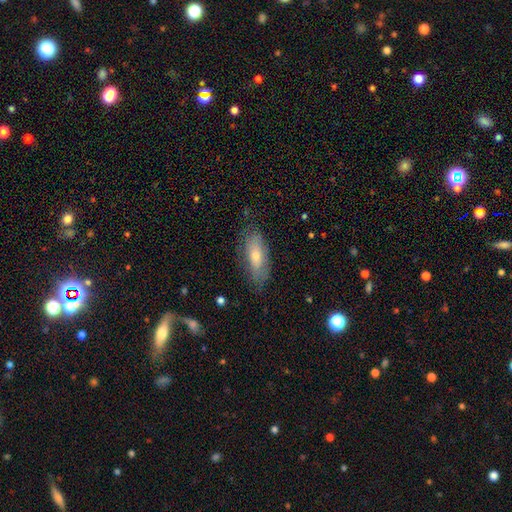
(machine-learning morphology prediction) A smooth galaxy with no disk features (54%) that is in between round and cigar-shaped (72%). Merging: none (76%).